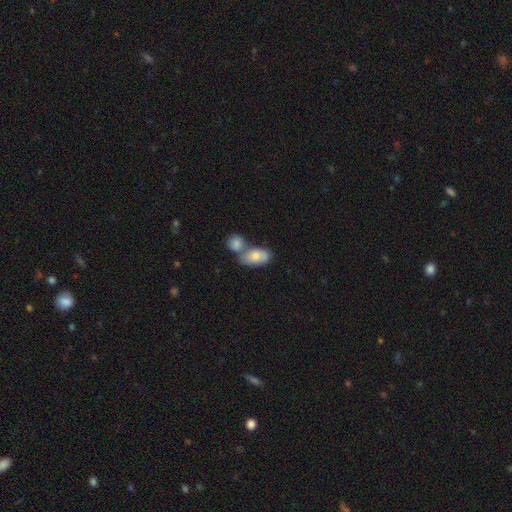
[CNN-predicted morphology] smooth 74%, featured or disk 19%, star or artifact 7%. Down the decision tree: how rounded — in between (87%); merging — merger (57%).